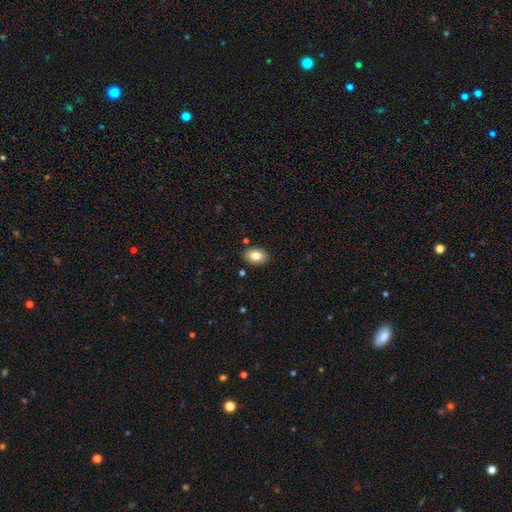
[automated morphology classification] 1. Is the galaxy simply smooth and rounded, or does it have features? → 83% smooth, 9% featured or disk, 8% star or artifact.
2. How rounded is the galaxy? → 80% in between, 19% round, 1% cigar-shaped.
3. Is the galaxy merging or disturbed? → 88% none, 8% minor disturbance, 2% merger, 2% major disturbance.